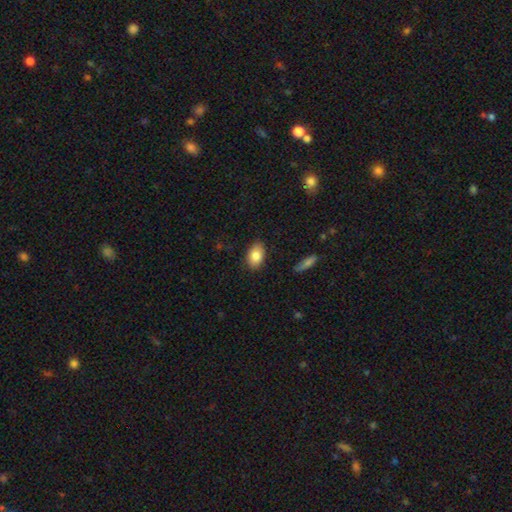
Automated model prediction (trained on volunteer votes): Smooth or featured? Predicted: smooth (p=0.84). How rounded? Predicted: in between (p=0.91). Merging? Predicted: none (p=0.86).